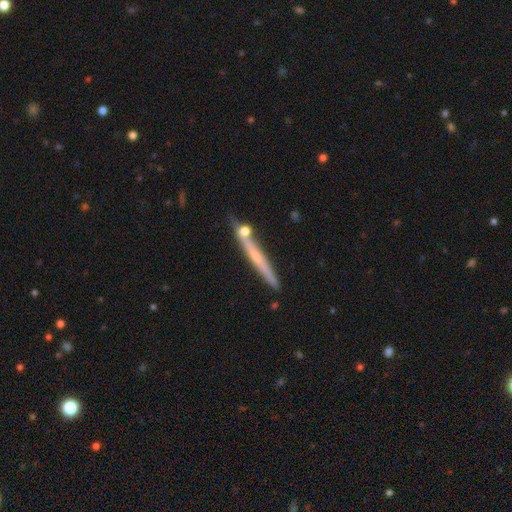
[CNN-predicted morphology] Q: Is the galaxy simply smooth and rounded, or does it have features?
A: featured or disk — 56%.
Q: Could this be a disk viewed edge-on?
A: yes — 95%.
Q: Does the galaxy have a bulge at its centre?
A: none — 56%.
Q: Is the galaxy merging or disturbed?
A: none — 76%.